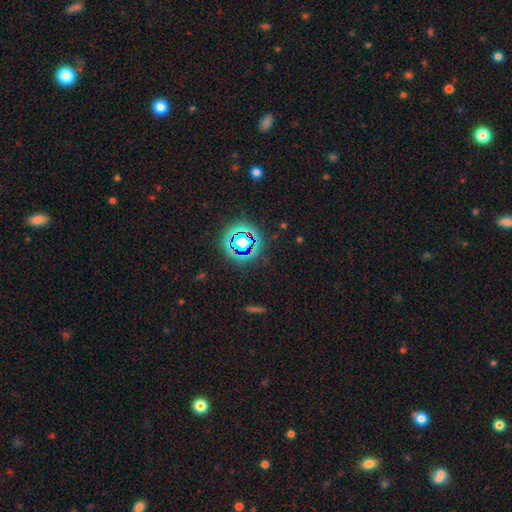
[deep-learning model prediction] star or artifact 75%, smooth 18%, featured or disk 7%.